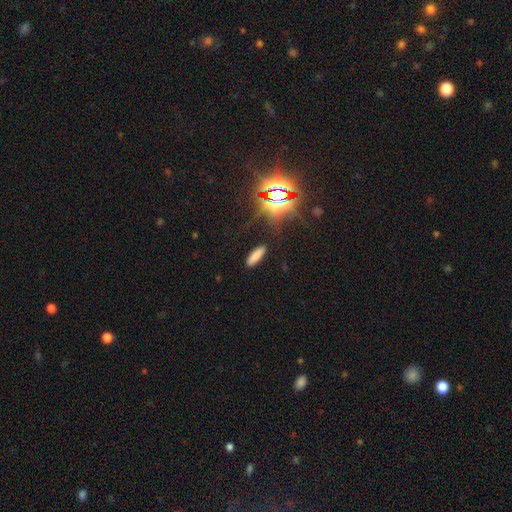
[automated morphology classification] A smooth galaxy with no disk features (77%) that is in between round and cigar-shaped (50%). Merging: none (88%).